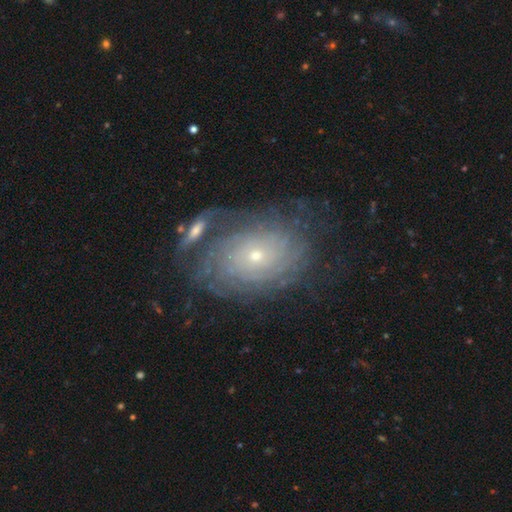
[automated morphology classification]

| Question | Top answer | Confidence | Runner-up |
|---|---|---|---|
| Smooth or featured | featured or disk | 76% | smooth (15%) |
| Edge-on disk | no | 95% | yes (5%) |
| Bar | no | 85% | weak (12%) |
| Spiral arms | yes | 86% | no (14%) |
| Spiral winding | tight | 81% | medium (14%) |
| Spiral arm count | can't tell | 54% | more than 4 (15%) |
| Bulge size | small | 78% | moderate (18%) |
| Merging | none | 64% | minor disturbance (17%) |